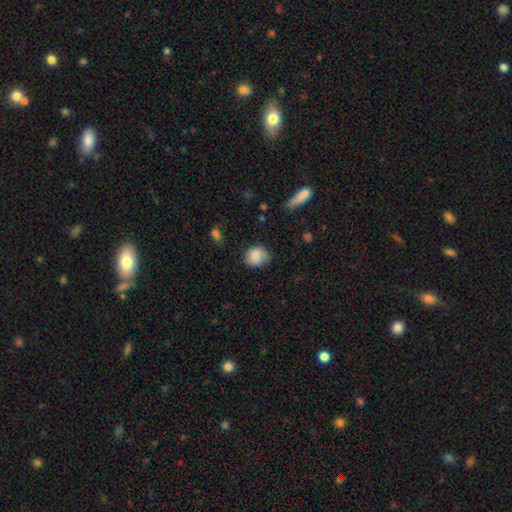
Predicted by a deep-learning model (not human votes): The model was most divided on "how rounded": round: 67%, in between: 32%, cigar-shaped: 1%. More confident: smooth or featured — smooth (82%); merging — none (65%).